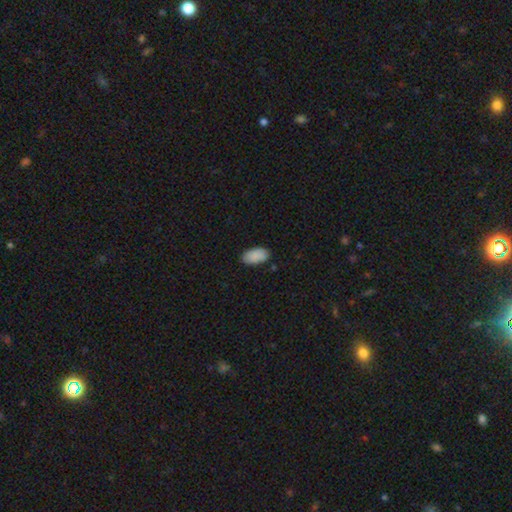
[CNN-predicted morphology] Overall: smooth (89%). How rounded: in between (95%). Merging: none (82%).